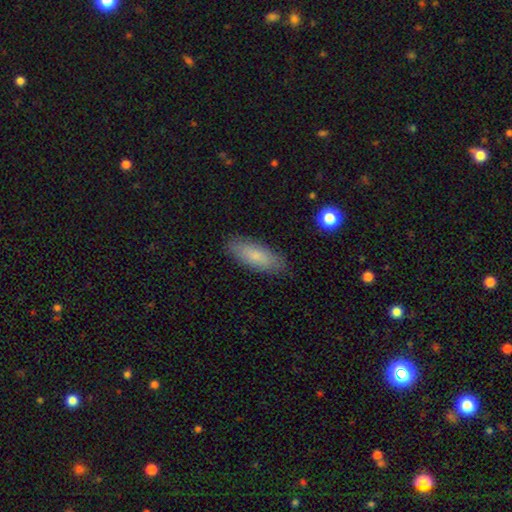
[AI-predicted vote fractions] A smooth galaxy with no disk features (79%) that is in between round and cigar-shaped (69%).

Vote fractions:
- Smooth or featured? smooth: 79% / featured or disk: 15% / star or artifact: 6%
- How rounded? in between: 69% / cigar-shaped: 29% / round: 2%
- Merging? none: 85% / minor disturbance: 11% / major disturbance: 2% / merger: 1%